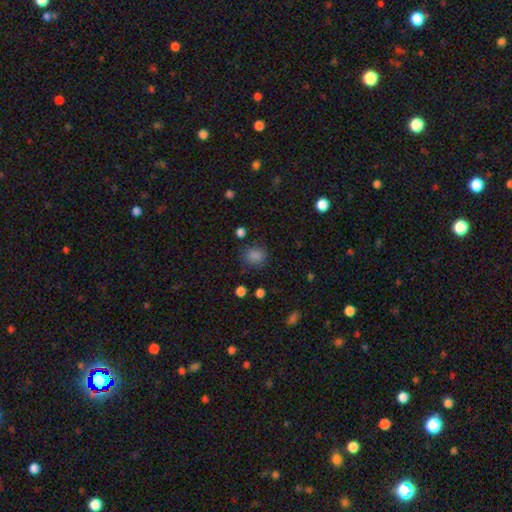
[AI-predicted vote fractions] Smooth or featured? Predicted: smooth (p=0.81). How rounded? Predicted: round (p=0.61). Merging? Predicted: none (p=0.79).